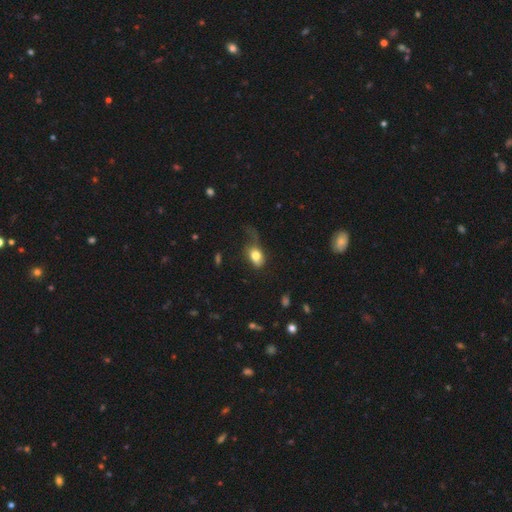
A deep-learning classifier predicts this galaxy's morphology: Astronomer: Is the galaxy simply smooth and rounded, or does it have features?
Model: smooth — 73%.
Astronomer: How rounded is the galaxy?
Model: in between — 72%.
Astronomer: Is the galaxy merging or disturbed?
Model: major disturbance — 43% (runner-up: none, 28%).